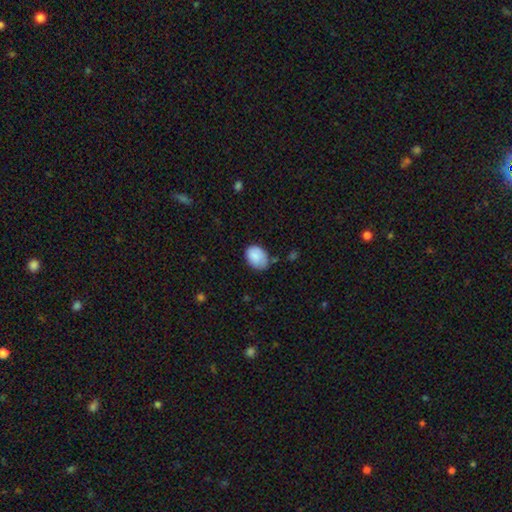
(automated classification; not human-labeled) Smooth or featured? smooth (84%)
How rounded? in between (74%)
Merging? none (58%)